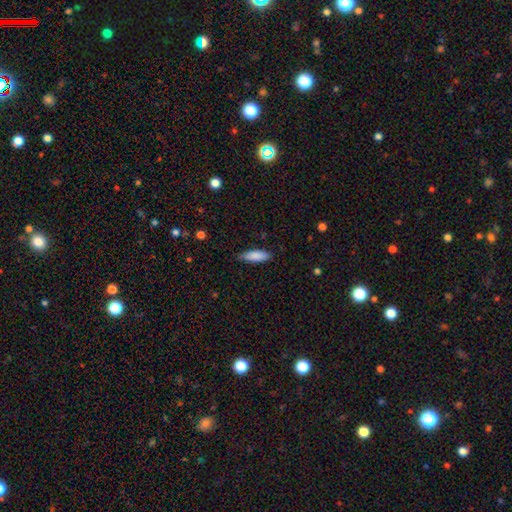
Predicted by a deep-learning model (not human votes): Overall: smooth (87%). How rounded: in between (55%; cigar-shaped 43%). Merging: none (80%).